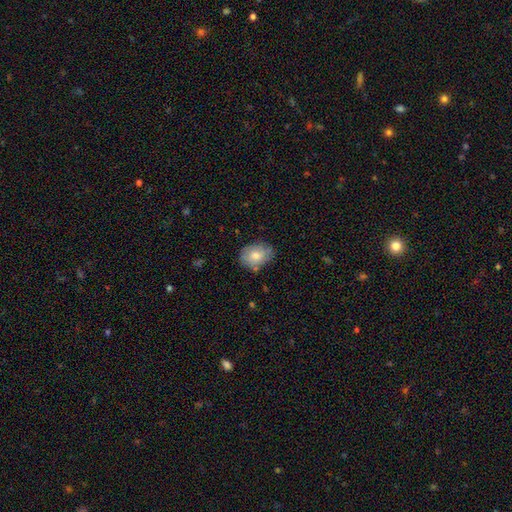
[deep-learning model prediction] This is likely a smooth galaxy (74%). How rounded: likely in between (65%). Merging: likely none (73%).